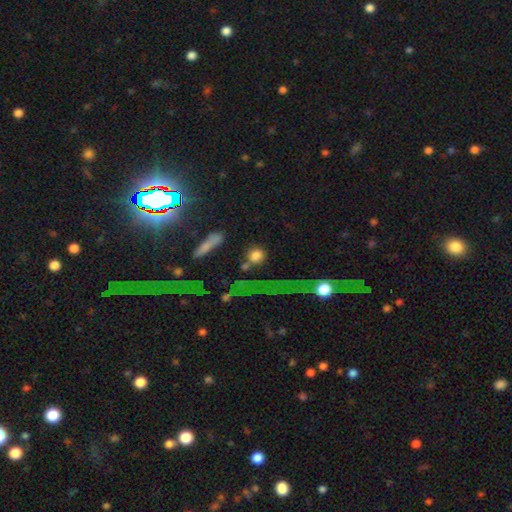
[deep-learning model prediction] A smooth galaxy with no disk features (79%) that is round (87%). Merging: none (72%).